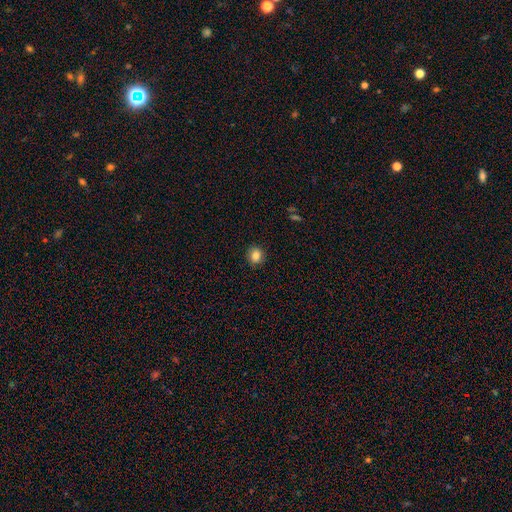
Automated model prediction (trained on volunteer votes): Smooth or featured? smooth (84%)
How rounded? round (78%)
Merging? none (89%)